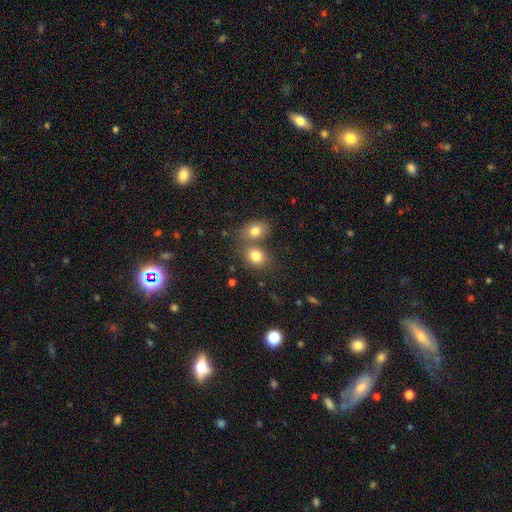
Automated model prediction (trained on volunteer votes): A smooth galaxy with no disk features (80%) that is in between round and cigar-shaped (51%).

Vote fractions:
- Smooth or featured? smooth: 80% / star or artifact: 11% / featured or disk: 9%
- How rounded? in between: 51% / round: 48% / cigar-shaped: 1%
- Merging? none: 47% / merger: 41% / minor disturbance: 9% / major disturbance: 3%